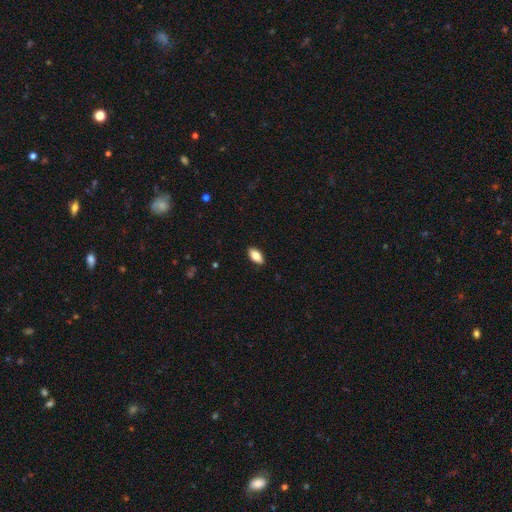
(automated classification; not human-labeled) This appears to be a smooth galaxy with no disk features (81%) that is in between round and cigar-shaped (89%). Merging: none (89%).